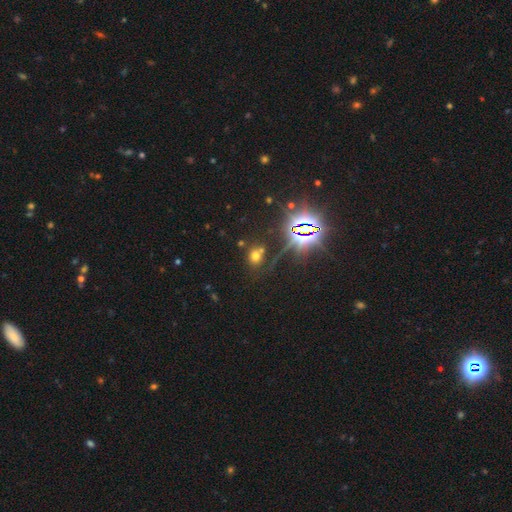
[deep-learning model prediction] smooth-or-featured: smooth: 53% | star or artifact: 38% | featured or disk: 10%
  how-rounded: round: 68% | in between: 30% | cigar-shaped: 2%
  merging: none: 68% | merger: 14% | minor disturbance: 11% | major disturbance: 7%